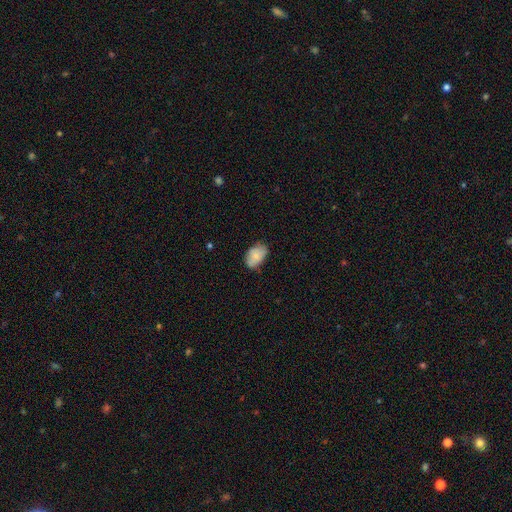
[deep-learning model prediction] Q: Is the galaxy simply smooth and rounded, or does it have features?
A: smooth — 78%.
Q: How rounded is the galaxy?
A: in between — 88%.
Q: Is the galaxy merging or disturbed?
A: none — 61%.